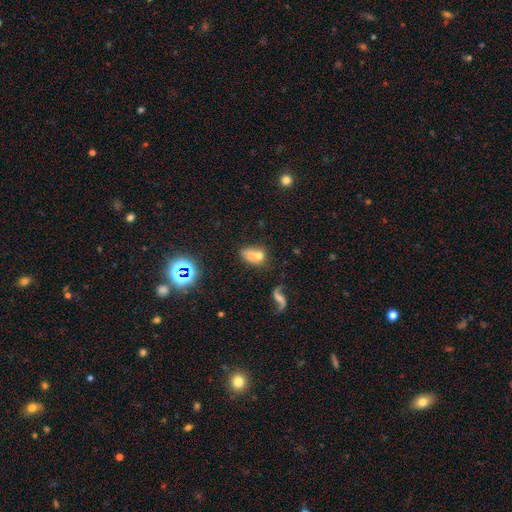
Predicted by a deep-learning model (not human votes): Overall: smooth (59%; featured or disk 25%). How rounded: in between (66%; round 29%). Merging: merger (36%; none 35%).